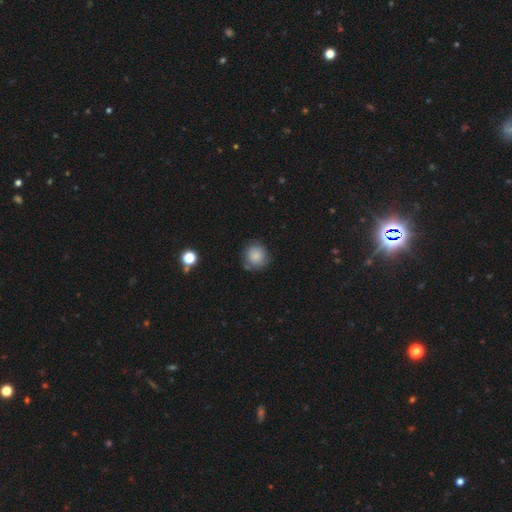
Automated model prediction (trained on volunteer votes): Morphology: type=smooth (83%); roundness=round (90%); merging=none (74%).